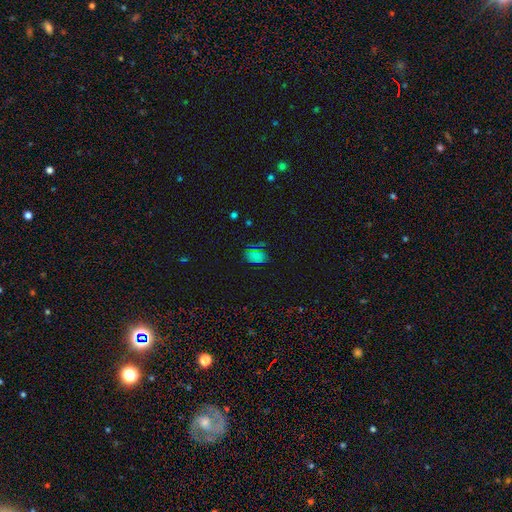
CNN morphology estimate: A smooth galaxy with no disk features (65%) that is in between round and cigar-shaped (81%). Merging: none (58%).